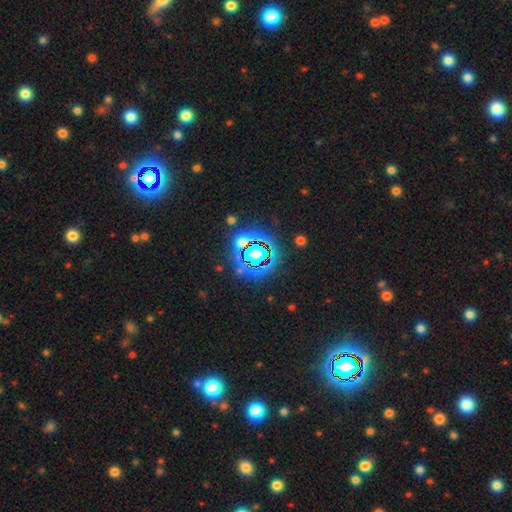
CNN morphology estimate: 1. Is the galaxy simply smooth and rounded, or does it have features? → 81% star or artifact, 11% smooth, 8% featured or disk.